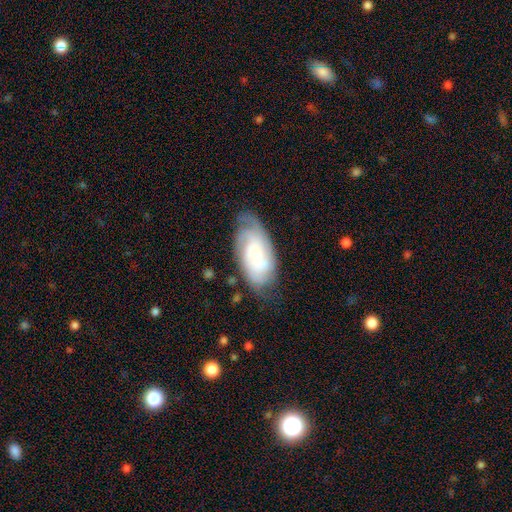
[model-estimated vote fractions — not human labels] Morphology: type=featured or disk (69%); edge-on=no (94%); bar=no (71%); spiral arms=yes (92%); winding=tight (60%); arm count=can't tell (39%); bulge=small (60%); merging=none (68%).